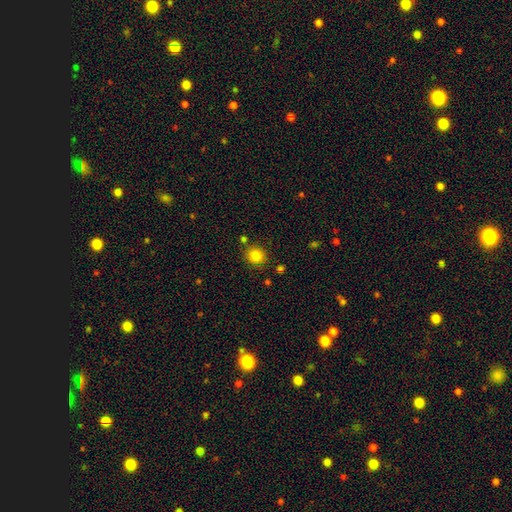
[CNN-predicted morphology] smooth_or_featured: smooth (p=0.84) [alt: star or artifact p=0.11]
how_rounded: round (p=0.85) [alt: in between p=0.14]
merging: none (p=0.83) [alt: minor disturbance p=0.09]